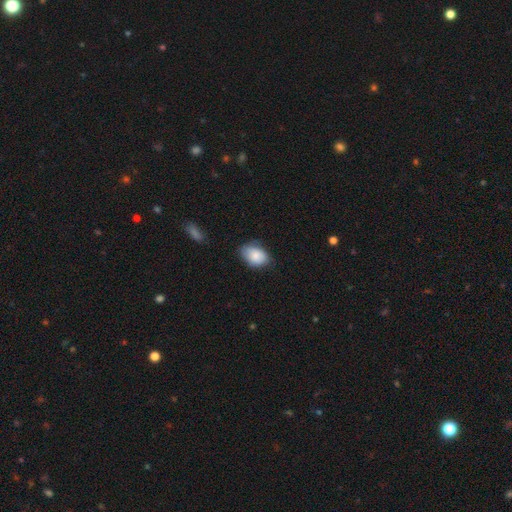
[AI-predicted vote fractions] The model was most divided on "merging": none: 67%, minor disturbance: 26%, major disturbance: 5%, merger: 2%. More confident: smooth or featured — smooth (85%); how rounded — in between (83%).